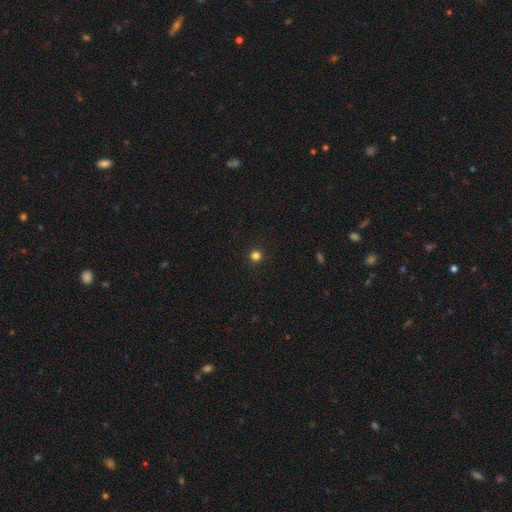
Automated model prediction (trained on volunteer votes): The model was most divided on "smooth or featured": smooth: 80%, star or artifact: 16%, featured or disk: 4%. More confident: how rounded — round (96%); merging — none (93%).